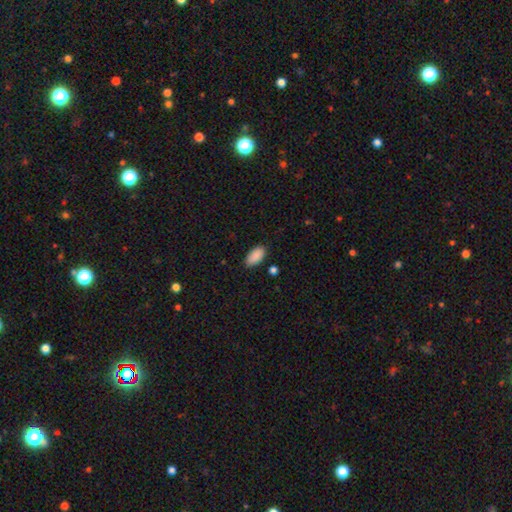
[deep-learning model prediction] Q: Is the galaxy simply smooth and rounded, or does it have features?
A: smooth — 90%.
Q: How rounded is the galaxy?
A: in between — 94%.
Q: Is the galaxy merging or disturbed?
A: none — 85%.